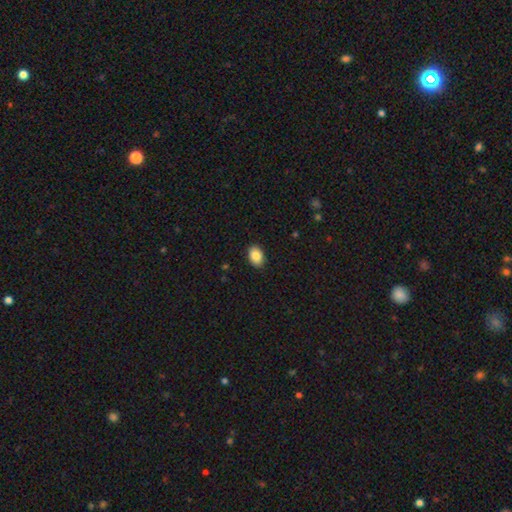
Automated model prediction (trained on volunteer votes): This appears to be a smooth galaxy with no disk features (87%) that is in between round and cigar-shaped (84%). Merging: none (90%).